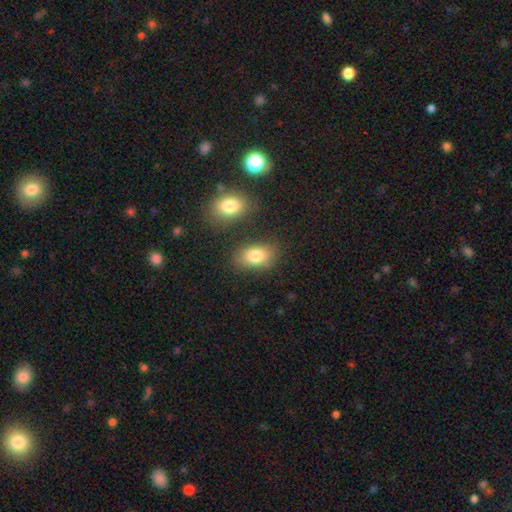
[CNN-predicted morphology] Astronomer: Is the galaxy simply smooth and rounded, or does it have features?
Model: smooth — 81%.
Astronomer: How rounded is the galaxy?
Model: in between — 87%.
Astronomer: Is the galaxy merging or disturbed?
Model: none — 76%.